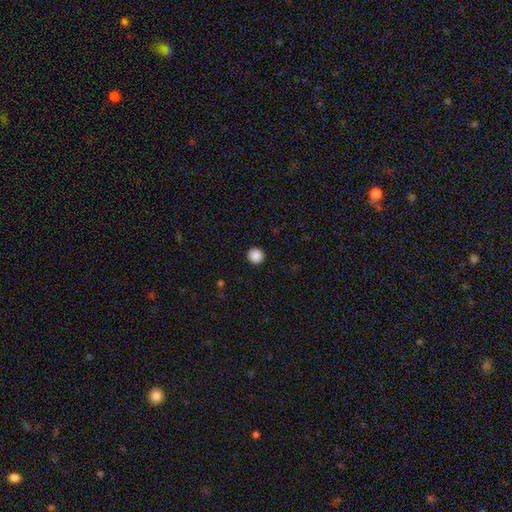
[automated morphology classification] A smooth galaxy with no disk features (88%) that is round (92%). Merging: none (92%).